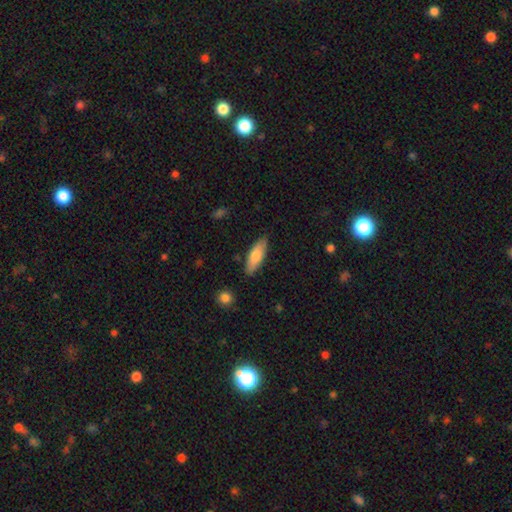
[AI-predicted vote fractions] This appears to be a smooth galaxy with no disk features (75%) that is in between round and cigar-shaped (55%). Merging: none (84%).